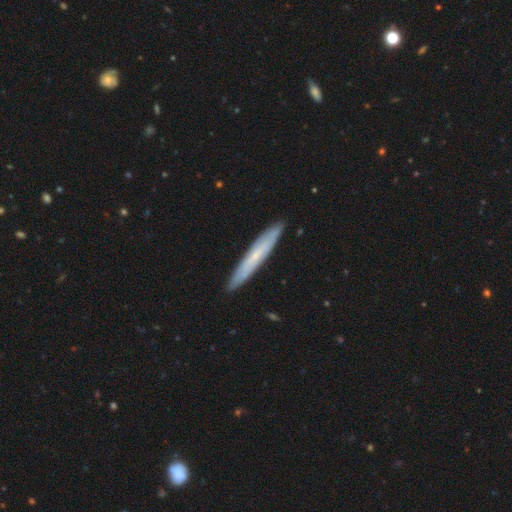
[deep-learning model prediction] The model was most divided on "smooth or featured": featured or disk: 50%, smooth: 44%, star or artifact: 6%. More confident: merging — none (90%).